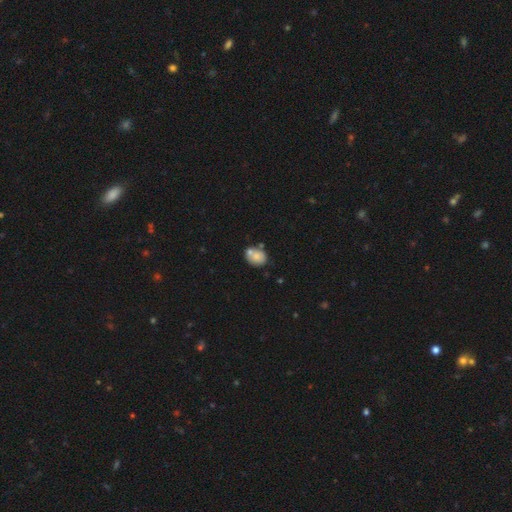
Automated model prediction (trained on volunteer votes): This is likely a smooth galaxy (73%). How rounded: possibly round (50%). Merging: possibly none (48%).